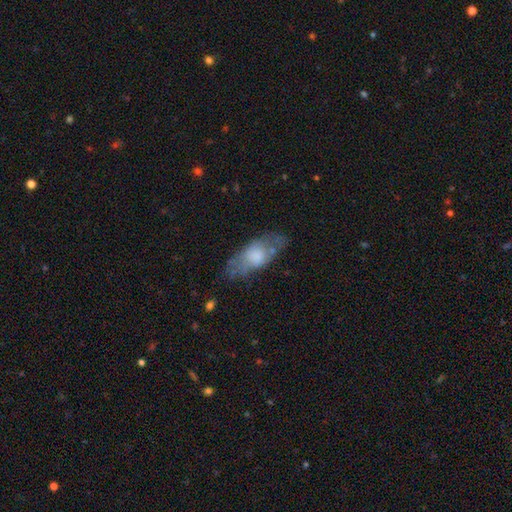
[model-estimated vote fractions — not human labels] Smooth or featured? Predicted: smooth (p=0.52). How rounded? Predicted: in between (p=0.74). Merging? Predicted: none (p=0.65).